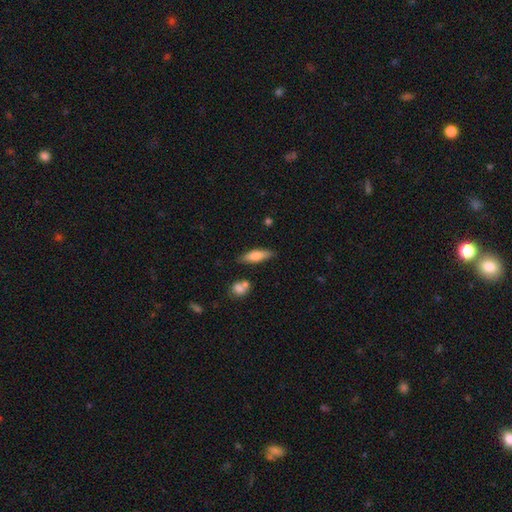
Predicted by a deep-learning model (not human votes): smooth 66%, featured or disk 27%, star or artifact 7%. Down the decision tree: how rounded — cigar-shaped (50%); merging — none (80%).